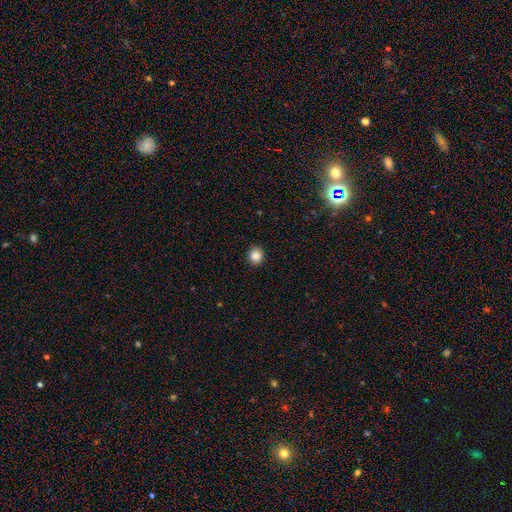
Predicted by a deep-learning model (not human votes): This appears to be a smooth galaxy with no disk features (87%) that is round (87%). Merging: none (92%).